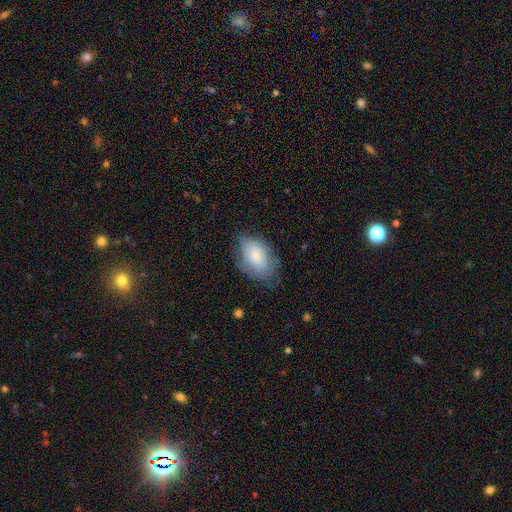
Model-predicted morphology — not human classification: type=smooth (65%); roundness=in between (89%); merging=none (62%).